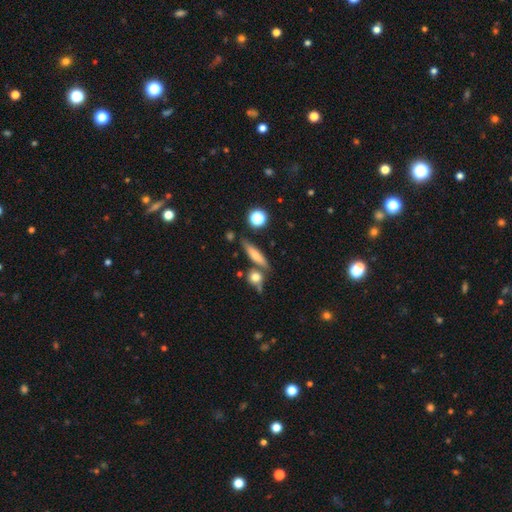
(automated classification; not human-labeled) Morphology: type=smooth (64%); roundness=cigar-shaped (70%); merging=none (69%).